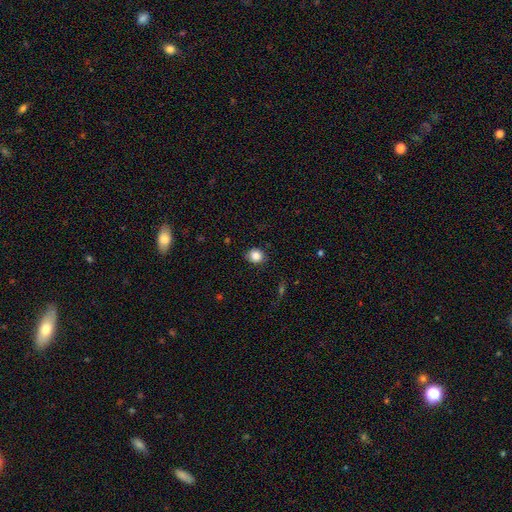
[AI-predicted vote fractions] The model was most divided on "how rounded": round: 76%, in between: 23%, cigar-shaped: 1%. More confident: merging — none (85%); smooth or featured — smooth (85%).